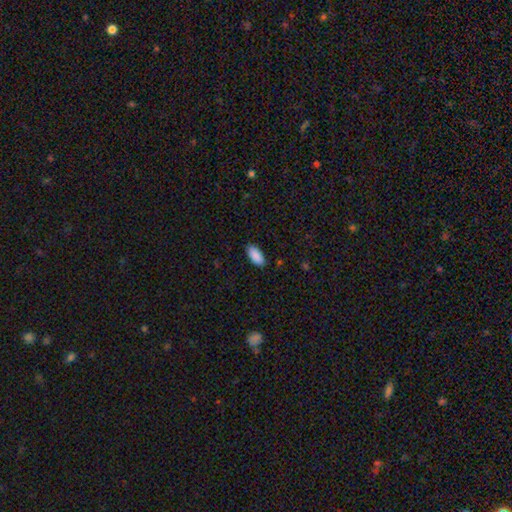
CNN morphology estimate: Smooth or featured?
  - smooth: 90% *
  - star or artifact: 6%
  - featured or disk: 3%
How rounded?
  - in between: 93% *
  - cigar-shaped: 5%
  - round: 2%
Merging?
  - none: 88% *
  - minor disturbance: 9%
  - major disturbance: 2%
  - merger: 1%